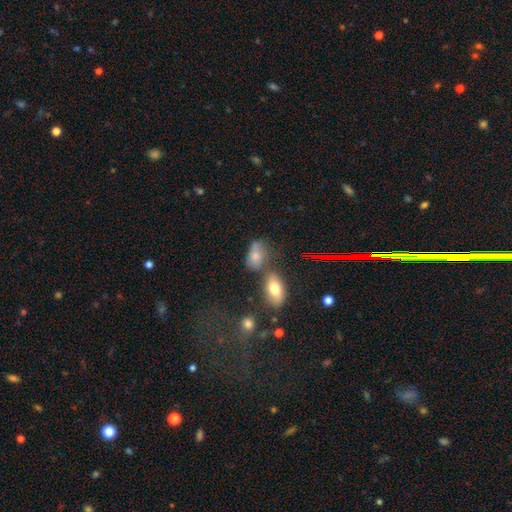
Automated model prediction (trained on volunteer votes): Q: Smooth or featured?
A: smooth (71%); runner-up: star or artifact (15%)
Q: How rounded?
A: in between (80%); runner-up: round (17%)
Q: Merging?
A: none (46%); runner-up: merger (25%)